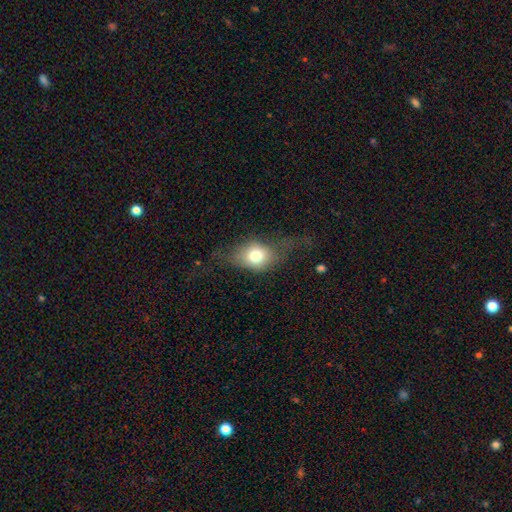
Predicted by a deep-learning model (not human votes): A smooth galaxy with no disk features (66%) that is in between round and cigar-shaped (51%).

Vote fractions:
- Smooth or featured? smooth: 66% / featured or disk: 24% / star or artifact: 10%
- How rounded? in between: 51% / round: 46% / cigar-shaped: 3%
- Merging? none: 46% / major disturbance: 28% / minor disturbance: 23% / merger: 2%